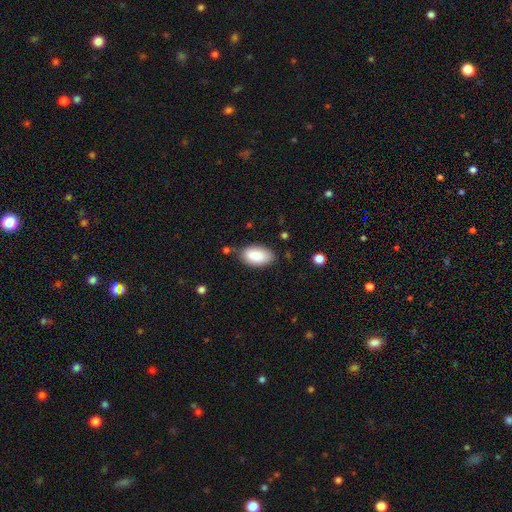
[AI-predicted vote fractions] Smooth or featured: smooth — 87% (featured or disk — 6%)
How rounded: in between — 95% (round — 3%)
Merging: none — 75% (minor disturbance — 18%)